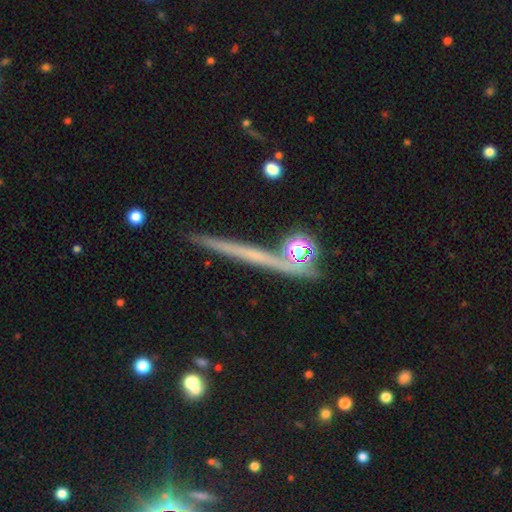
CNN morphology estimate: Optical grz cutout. It shows a featured or disk galaxy (51%) viewed edge-on (95%). Merging: none (85%).